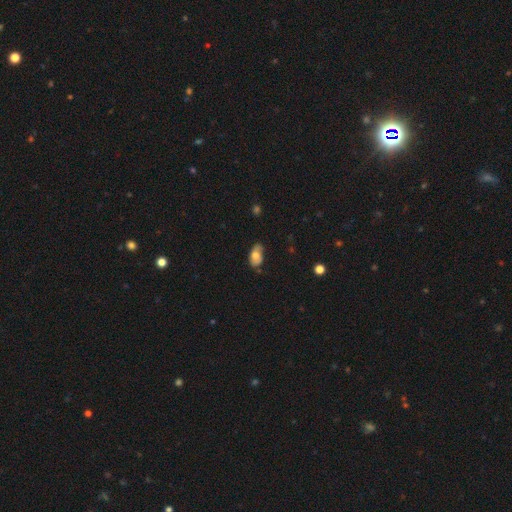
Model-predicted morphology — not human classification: Smooth or featured? smooth (64%)
How rounded? in between (92%)
Merging? none (68%)